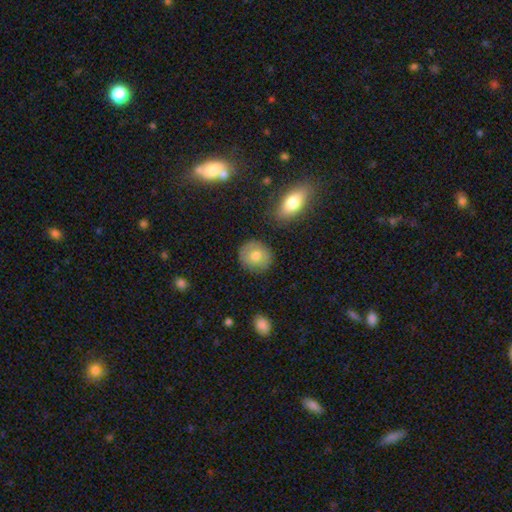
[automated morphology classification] This is likely a smooth galaxy (76%). How rounded: clearly round (81%). Merging: clearly none (83%).